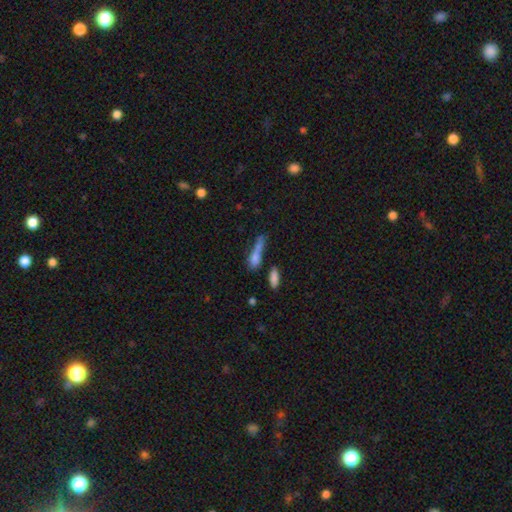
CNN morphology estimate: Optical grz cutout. It shows a smooth galaxy with no disk features (69%) that is cigar-shaped (56%). Merging: none (34%).